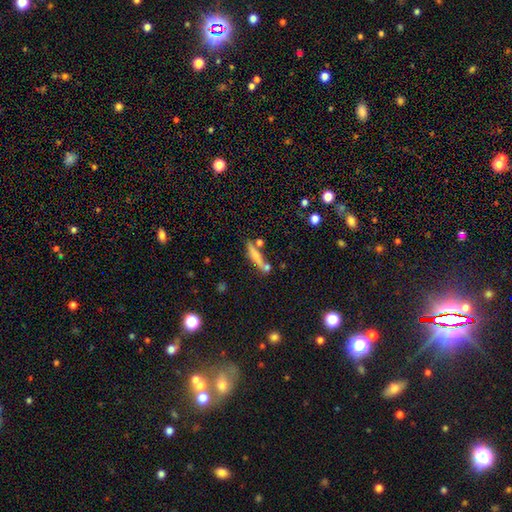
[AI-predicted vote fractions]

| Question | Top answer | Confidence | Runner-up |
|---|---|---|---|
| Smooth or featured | smooth | 59% | featured or disk (32%) |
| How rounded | cigar-shaped | 87% | in between (11%) |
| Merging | none | 64% | merger (17%) |